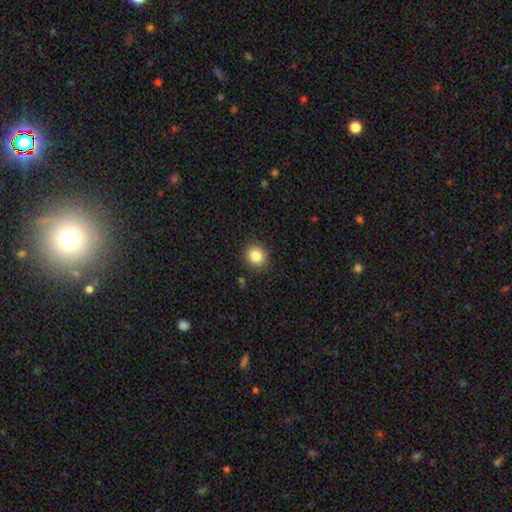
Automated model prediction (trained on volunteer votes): Smooth or featured? smooth (84%)
How rounded? round (82%)
Merging? none (88%)